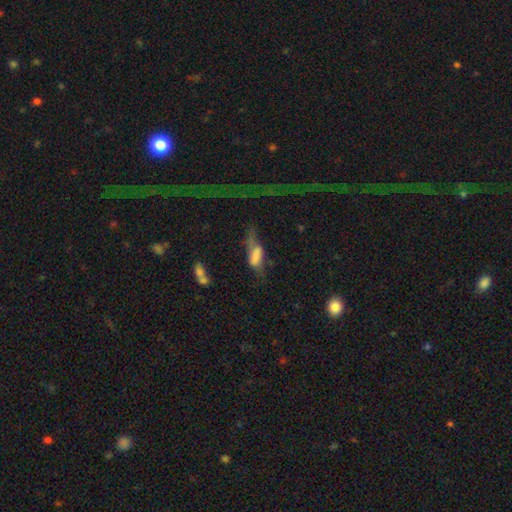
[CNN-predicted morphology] A smooth galaxy with no disk features (59%) that is in between round and cigar-shaped (69%). Merging: major disturbance (44%).